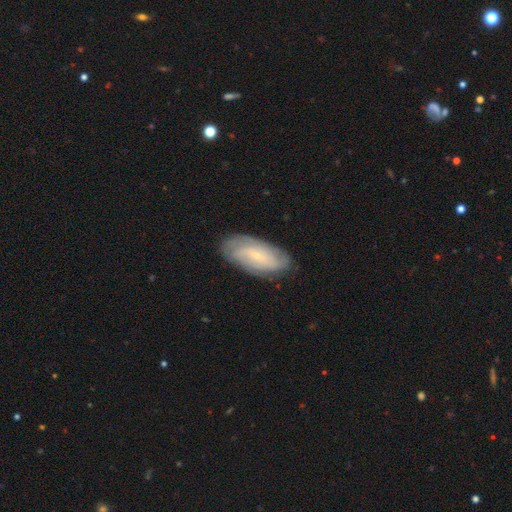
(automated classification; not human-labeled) Overall: featured or disk (67%). Edge-on disk: no (93%). Bar: no (55%; weak 36%). Spiral arms: yes (90%). Spiral arm count: can't tell (41%; 2 27%). Spiral winding: tight (52%; medium 34%). Bulge size: small (82%). Merging: none (80%).